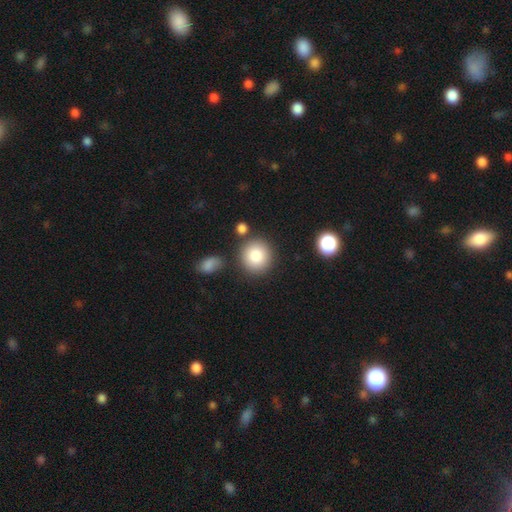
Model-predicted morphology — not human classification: Smooth or featured? smooth (85%)
How rounded? round (91%)
Merging? none (80%)